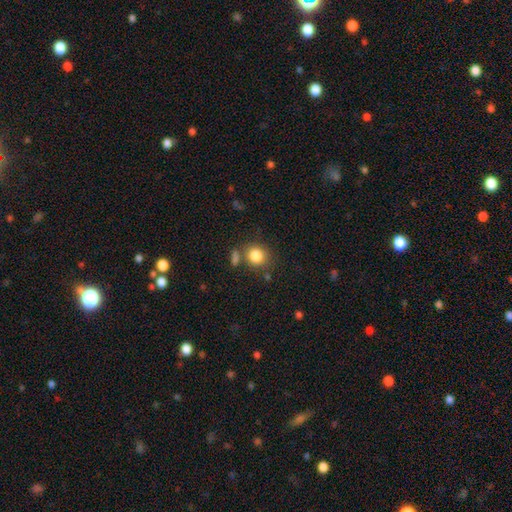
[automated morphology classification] This is clearly a smooth galaxy (84%). How rounded: likely round (79%). Merging: likely none (72%).